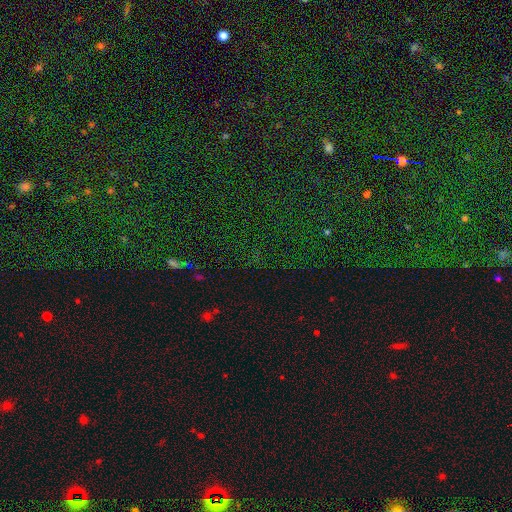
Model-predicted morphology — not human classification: type=star or artifact (77%).